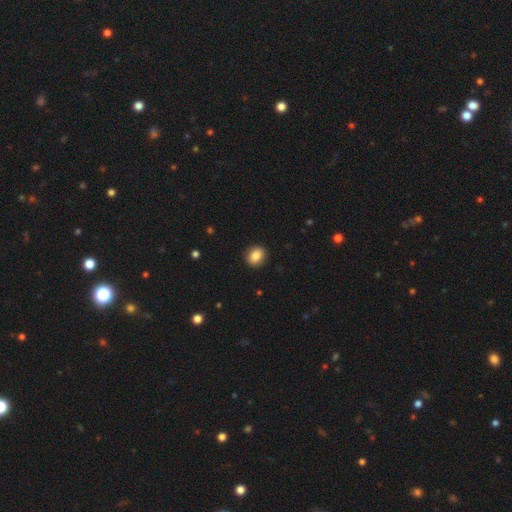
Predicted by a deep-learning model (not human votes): Smooth or featured: smooth — 85% (star or artifact — 9%)
How rounded: round — 67% (in between — 31%)
Merging: none — 91% (minor disturbance — 6%)